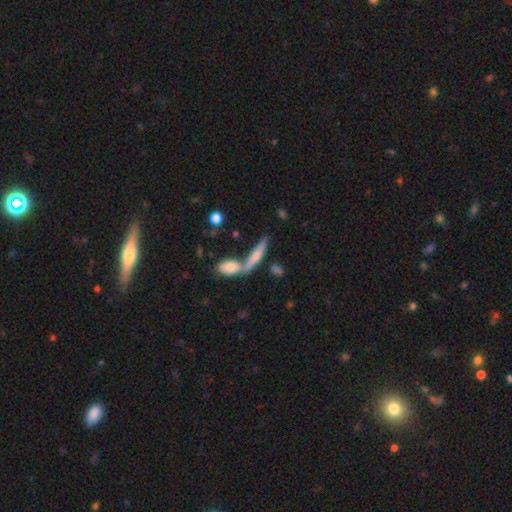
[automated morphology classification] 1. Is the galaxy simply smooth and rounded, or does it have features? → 56% smooth, 37% featured or disk, 8% star or artifact.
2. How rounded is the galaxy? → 74% cigar-shaped, 22% in between, 3% round.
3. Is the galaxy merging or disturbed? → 49% none, 36% merger, 11% minor disturbance, 5% major disturbance.